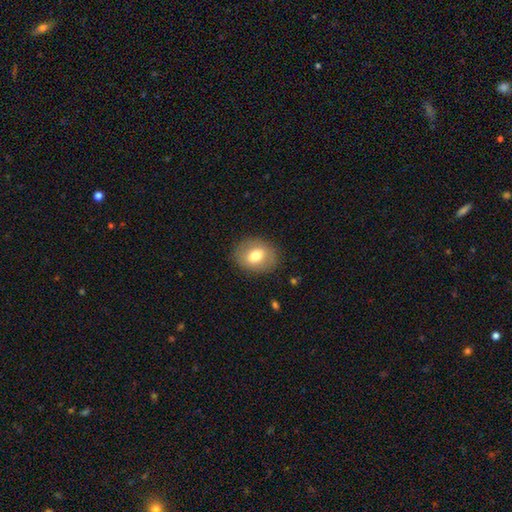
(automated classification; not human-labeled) A smooth galaxy with no disk features (71%) that is in between round and cigar-shaped (51%).

Vote fractions:
- Smooth or featured? smooth: 71% / featured or disk: 20% / star or artifact: 8%
- How rounded? in between: 51% / round: 48% / cigar-shaped: 1%
- Merging? none: 85% / minor disturbance: 10% / major disturbance: 4% / merger: 1%